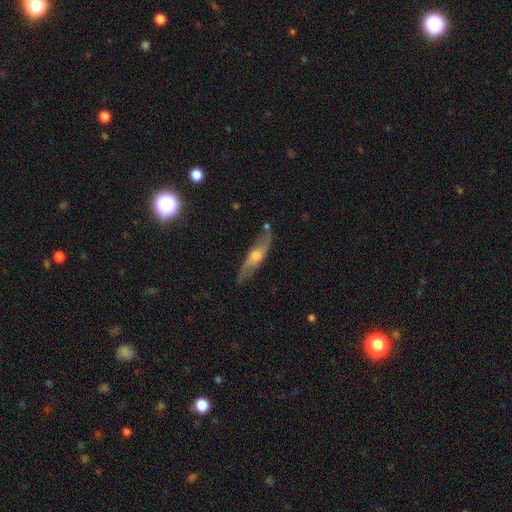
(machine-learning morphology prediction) Smooth or featured? featured or disk (65%)
Edge-on disk? yes (59%)
Merging? none (73%)